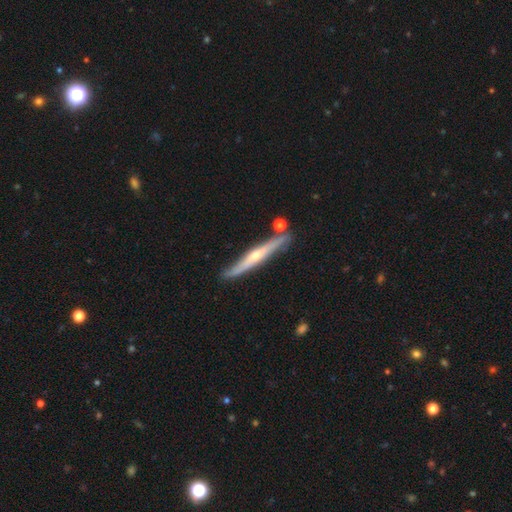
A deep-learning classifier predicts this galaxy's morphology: A featured or disk galaxy (74%) viewed edge-on (95%) with a rounded central bulge (85%).

Vote fractions:
- Smooth or featured? featured or disk: 74% / smooth: 20% / star or artifact: 6%
- Edge-on disk? yes: 95% / no: 5%
- Edge-on bulge? rounded: 85% / none: 12% / boxy: 3%
- Merging? none: 82% / minor disturbance: 11% / merger: 4% / major disturbance: 2%